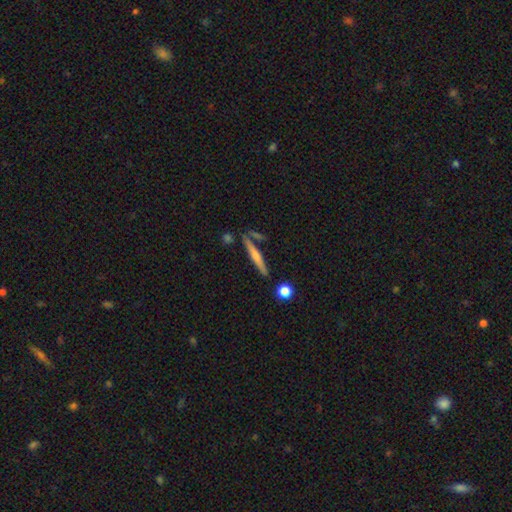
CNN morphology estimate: smooth_or_featured: featured or disk (p=0.49) [alt: smooth p=0.44]
merging: none (p=0.80) [alt: minor disturbance p=0.10]